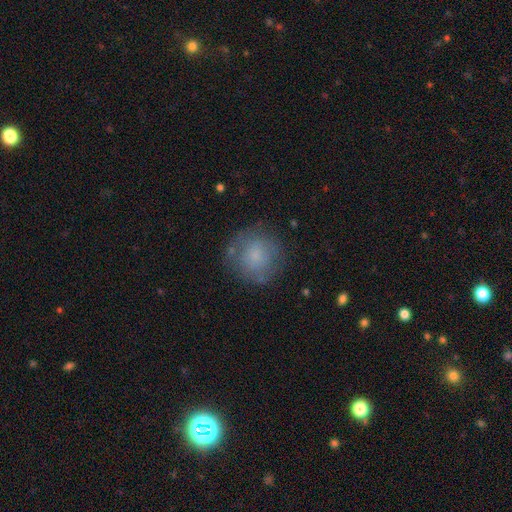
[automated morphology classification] smooth-or-featured: smooth: 69% | featured or disk: 22% | star or artifact: 9%
  how-rounded: round: 92% | in between: 7% | cigar-shaped: 1%
  merging: none: 74% | minor disturbance: 17% | major disturbance: 7% | merger: 2%